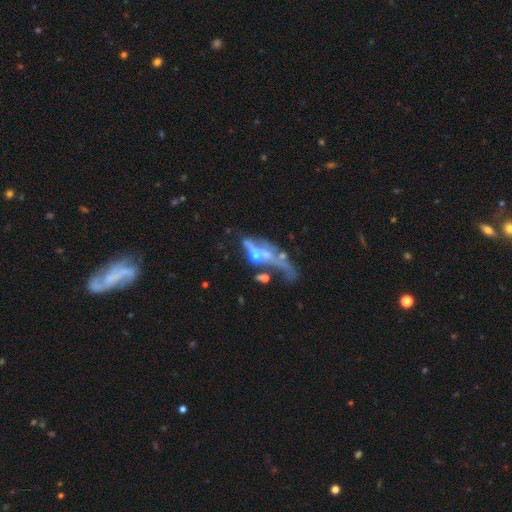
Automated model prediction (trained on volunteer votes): featured or disk 58%, smooth 28%, star or artifact 14%. Down the decision tree: edge-on disk — no (77%); merging — merger (44%).